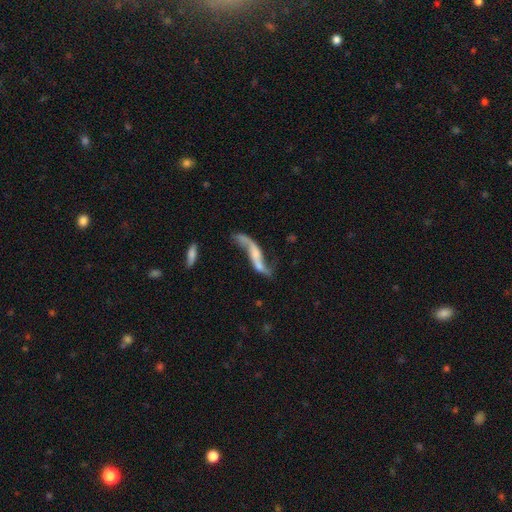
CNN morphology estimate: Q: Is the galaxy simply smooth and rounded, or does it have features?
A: featured or disk — 80%.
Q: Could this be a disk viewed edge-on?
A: no — 82%.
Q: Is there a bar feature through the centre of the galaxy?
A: no — 49%.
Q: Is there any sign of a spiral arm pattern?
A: yes — 86%.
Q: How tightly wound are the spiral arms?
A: loose — 93%.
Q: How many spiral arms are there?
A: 2 — 89%.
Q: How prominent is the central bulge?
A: none — 46%.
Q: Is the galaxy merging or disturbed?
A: none — 46%.